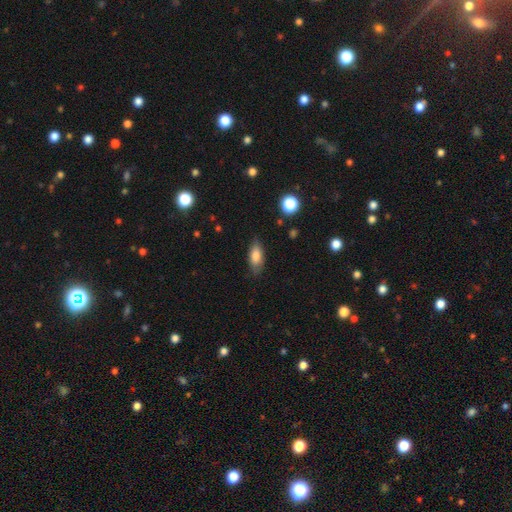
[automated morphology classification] Overall: smooth (79%). How rounded: in between (81%). Merging: none (78%).